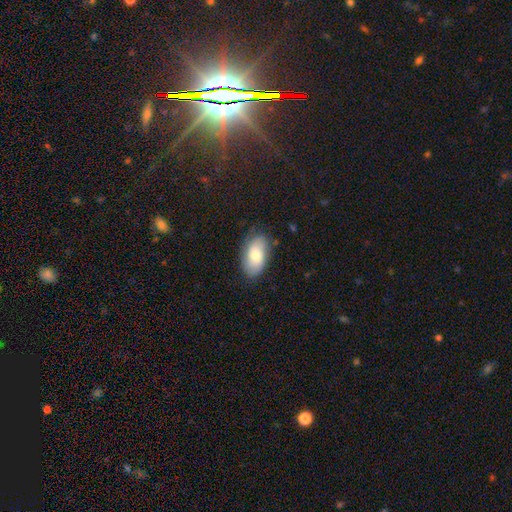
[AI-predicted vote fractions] smooth_or_featured: smooth (p=0.70) [alt: featured or disk p=0.24]
how_rounded: in between (p=0.94) [alt: round p=0.04]
merging: none (p=0.77) [alt: minor disturbance p=0.17]